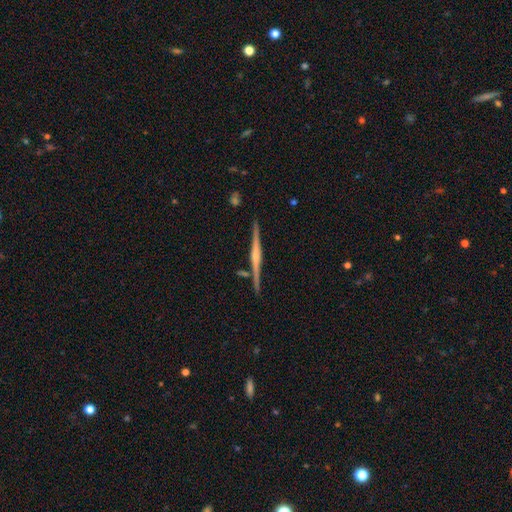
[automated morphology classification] Overall: featured or disk (79%). Edge-on disk: yes (98%). Edge-on bulge: rounded (60%; none 22%). Merging: none (89%).